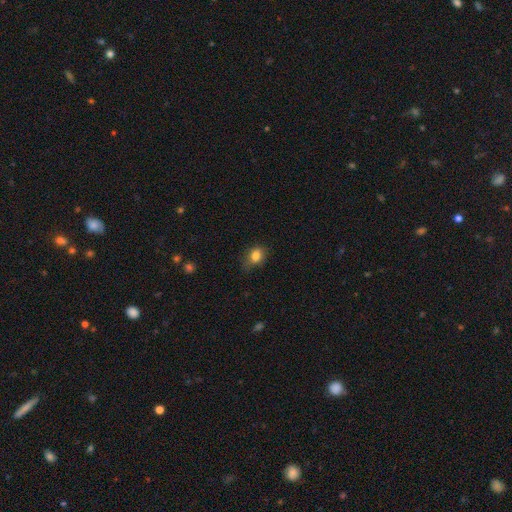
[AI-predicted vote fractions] Morphology: type=smooth (83%); roundness=in between (65%); merging=none (60%).